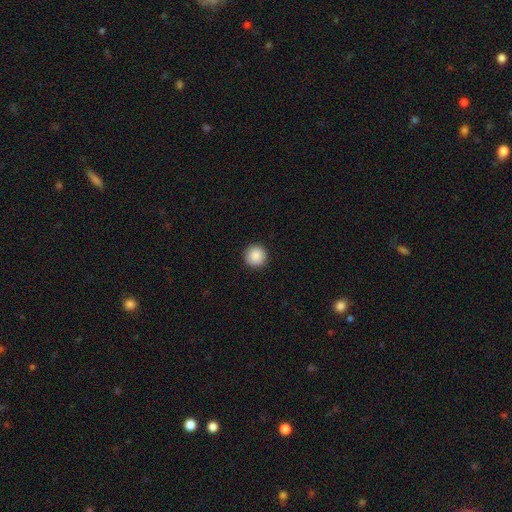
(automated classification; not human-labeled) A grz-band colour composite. It shows a smooth galaxy with no disk features (89%) that is round (96%). Merging: none (93%).